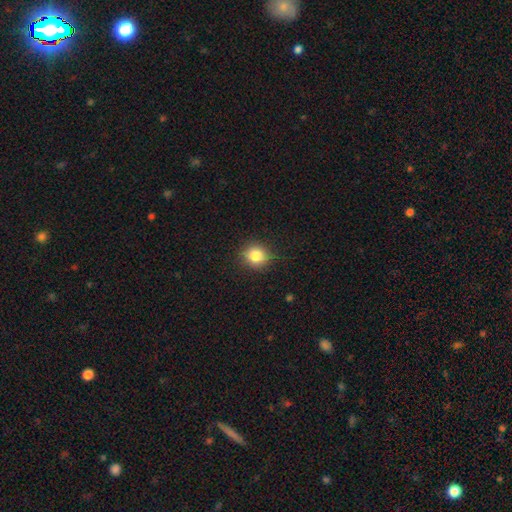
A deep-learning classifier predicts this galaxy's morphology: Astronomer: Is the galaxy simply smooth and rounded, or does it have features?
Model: smooth — 84%.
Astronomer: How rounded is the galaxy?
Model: round — 83%.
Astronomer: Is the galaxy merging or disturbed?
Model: none — 88%.